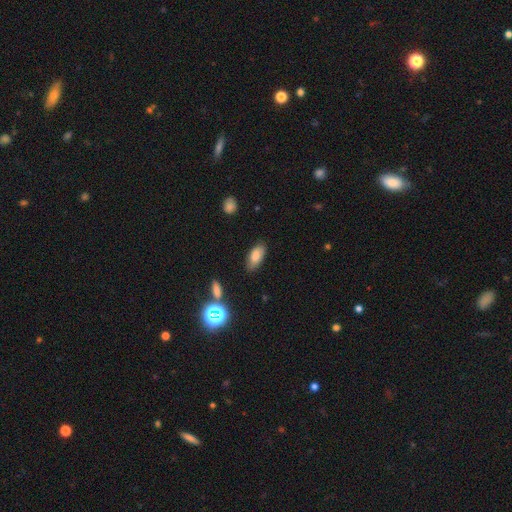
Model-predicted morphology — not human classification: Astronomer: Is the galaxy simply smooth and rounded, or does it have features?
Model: smooth — 82%.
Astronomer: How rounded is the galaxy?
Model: in between — 88%.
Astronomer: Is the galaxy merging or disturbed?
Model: none — 81%.